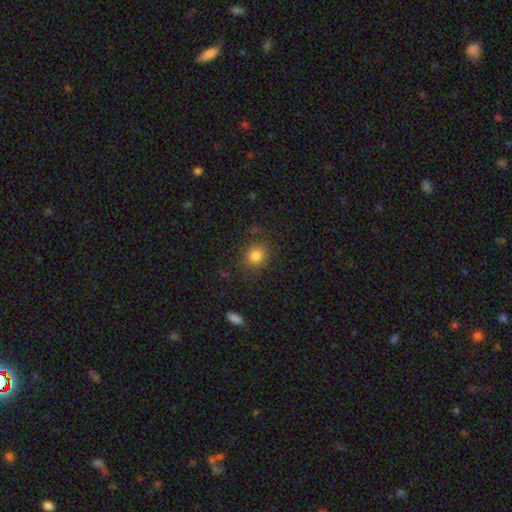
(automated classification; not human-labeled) Morphology: type=smooth (81%); roundness=round (75%); merging=none (82%).